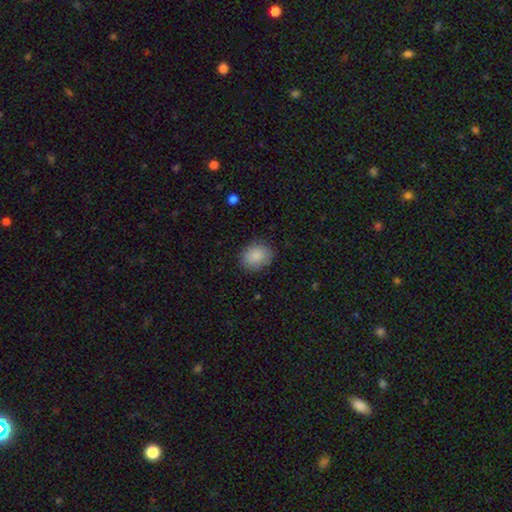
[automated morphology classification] Smooth or featured? smooth (87%)
How rounded? in between (50%)
Merging? none (84%)